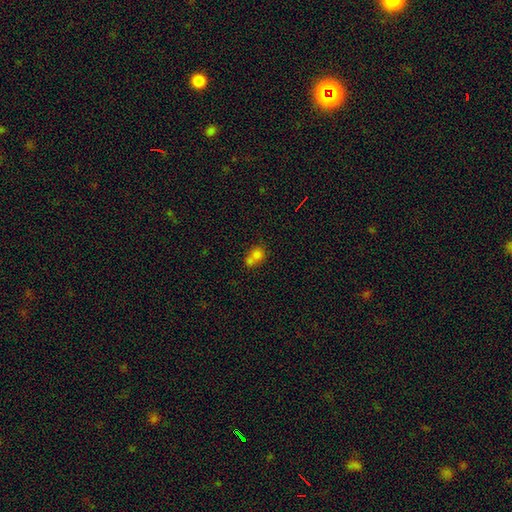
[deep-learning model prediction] Smooth or featured?
  - smooth: 74% *
  - star or artifact: 13%
  - featured or disk: 13%
How rounded?
  - round: 57% *
  - in between: 41%
  - cigar-shaped: 1%
Merging?
  - merger: 57% *
  - none: 29%
  - minor disturbance: 9%
  - major disturbance: 4%